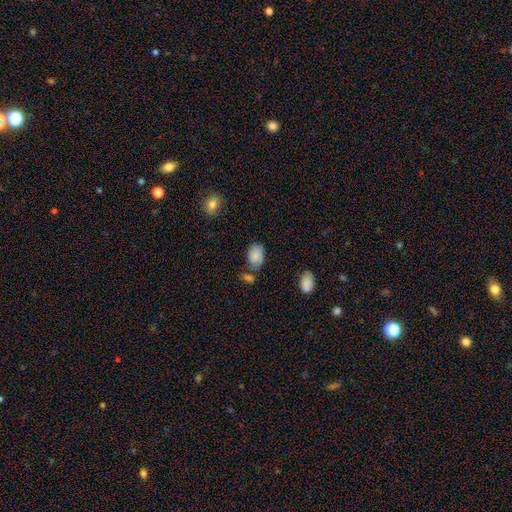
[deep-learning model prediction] Smooth or featured?
  - smooth: 82% *
  - featured or disk: 9%
  - star or artifact: 8%
How rounded?
  - in between: 84% *
  - round: 15%
  - cigar-shaped: 1%
Merging?
  - none: 52% *
  - minor disturbance: 25%
  - merger: 14%
  - major disturbance: 8%